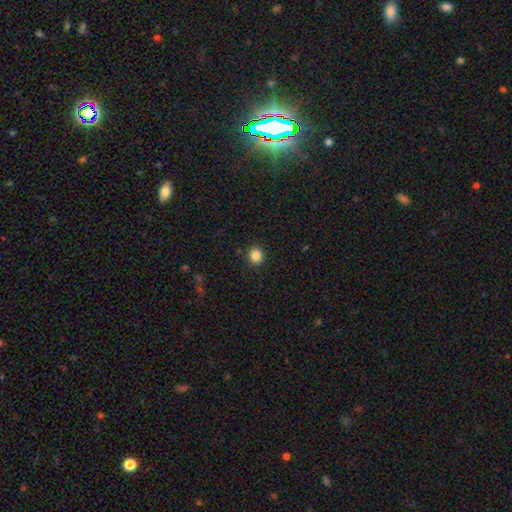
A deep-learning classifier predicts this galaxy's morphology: A smooth galaxy with no disk features (86%) that is round (84%).

Vote fractions:
- Smooth or featured? smooth: 86% / star or artifact: 11% / featured or disk: 4%
- How rounded? round: 84% / in between: 15% / cigar-shaped: 1%
- Merging? none: 91% / minor disturbance: 6% / major disturbance: 2% / merger: 1%